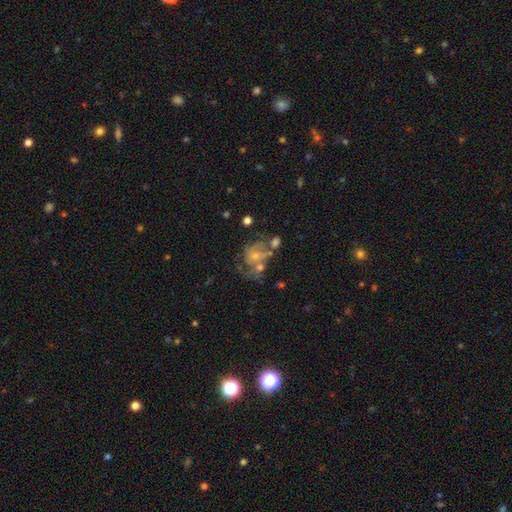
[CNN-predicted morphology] smooth_or_featured: featured or disk (p=0.63) [alt: smooth p=0.25]
disk_edge_on: no (p=0.98) [alt: yes p=0.02]
bar: no (p=0.72) [alt: weak p=0.23]
has_spiral_arms: yes (p=0.67) [alt: no p=0.33]
bulge_size: small (p=0.57) [alt: moderate p=0.29]
merging: major disturbance (p=0.31) [alt: none p=0.30]